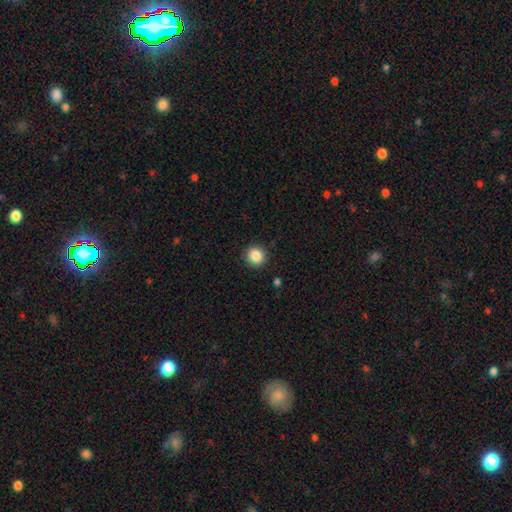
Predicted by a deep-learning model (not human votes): A smooth galaxy with no disk features (87%) that is round (90%).

Vote fractions:
- Smooth or featured? smooth: 87% / star or artifact: 10% / featured or disk: 4%
- How rounded? round: 90% / in between: 9% / cigar-shaped: 1%
- Merging? none: 90% / minor disturbance: 7% / major disturbance: 2% / merger: 1%